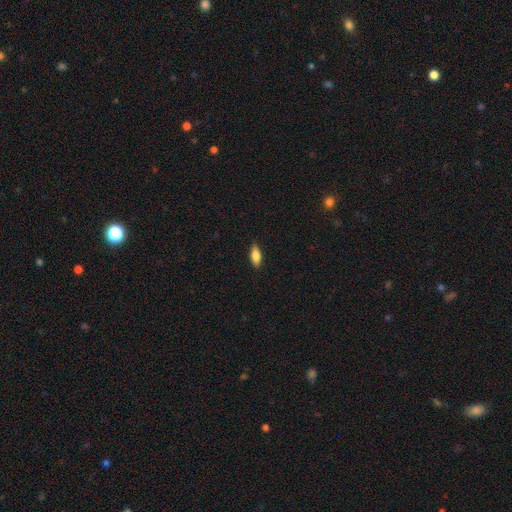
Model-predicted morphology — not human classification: A smooth galaxy with no disk features (78%) that is in between round and cigar-shaped (75%).

Vote fractions:
- Smooth or featured? smooth: 78% / featured or disk: 15% / star or artifact: 7%
- How rounded? in between: 75% / cigar-shaped: 22% / round: 2%
- Merging? none: 87% / minor disturbance: 10% / major disturbance: 2% / merger: 1%